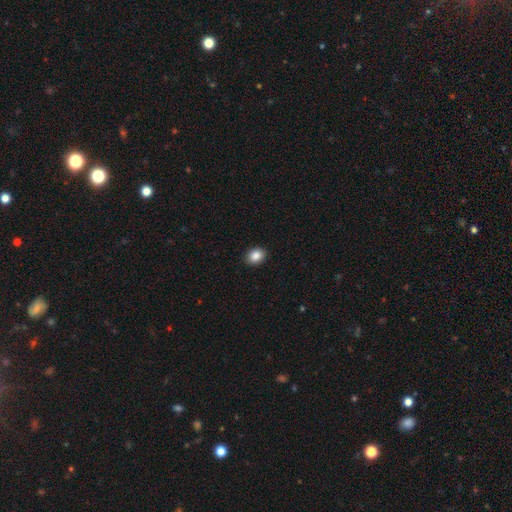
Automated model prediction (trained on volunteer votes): The model was most divided on "how rounded": in between: 56%, round: 43%, cigar-shaped: 1%. More confident: merging — none (91%); smooth or featured — smooth (87%).